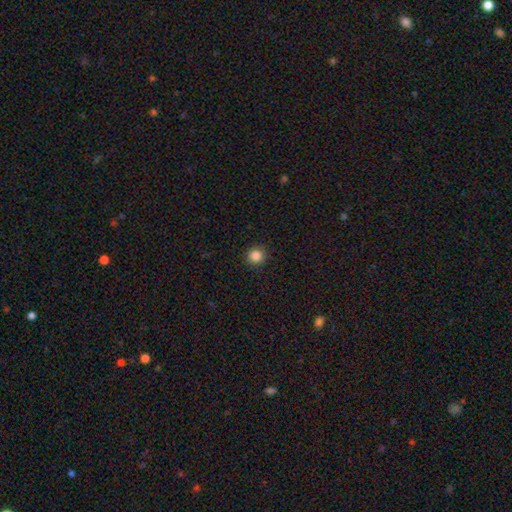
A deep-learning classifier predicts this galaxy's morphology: smooth-or-featured: smooth: 86% | star or artifact: 11% | featured or disk: 3%
  how-rounded: round: 94% | in between: 5% | cigar-shaped: 1%
  merging: none: 92% | minor disturbance: 5% | major disturbance: 2% | merger: 1%